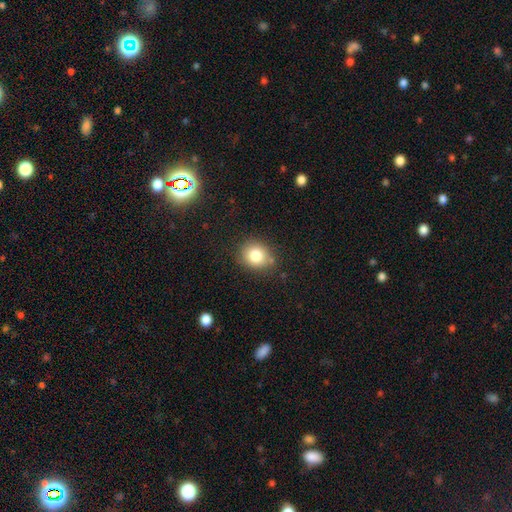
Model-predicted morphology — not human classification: smooth_or_featured: smooth (p=0.81) [alt: star or artifact p=0.11]
how_rounded: round (p=0.71) [alt: in between p=0.28]
merging: none (p=0.80) [alt: minor disturbance p=0.13]